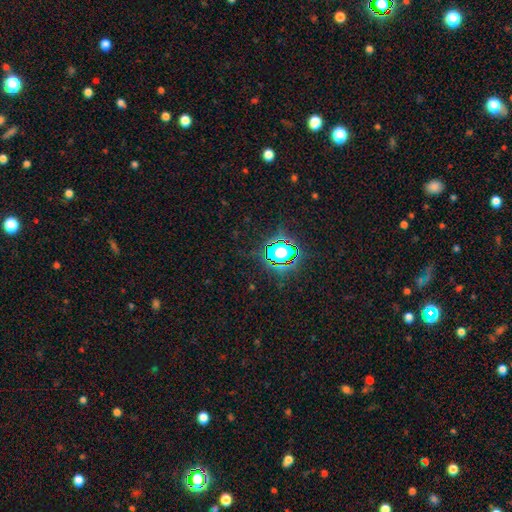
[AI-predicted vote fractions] Smooth or featured? Predicted: star or artifact (p=0.83).